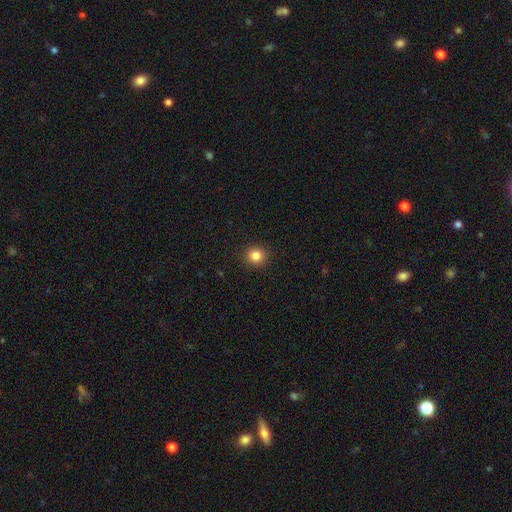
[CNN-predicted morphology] A smooth galaxy with no disk features (84%) that is round (88%).

Vote fractions:
- Smooth or featured? smooth: 84% / star or artifact: 11% / featured or disk: 5%
- How rounded? round: 88% / in between: 11% / cigar-shaped: 1%
- Merging? none: 92% / minor disturbance: 5% / major disturbance: 2% / merger: 1%